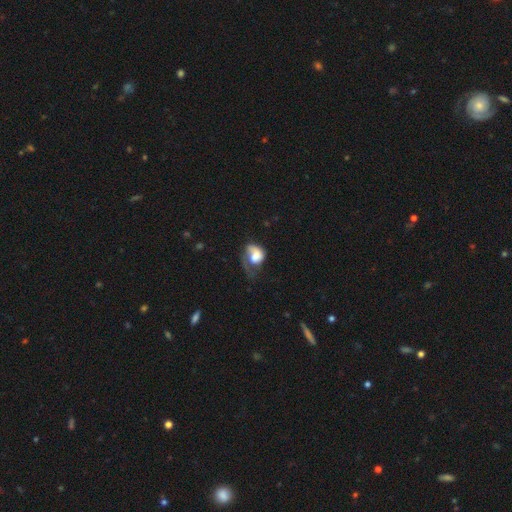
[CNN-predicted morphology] type=smooth (47%); merging=major disturbance (52%).